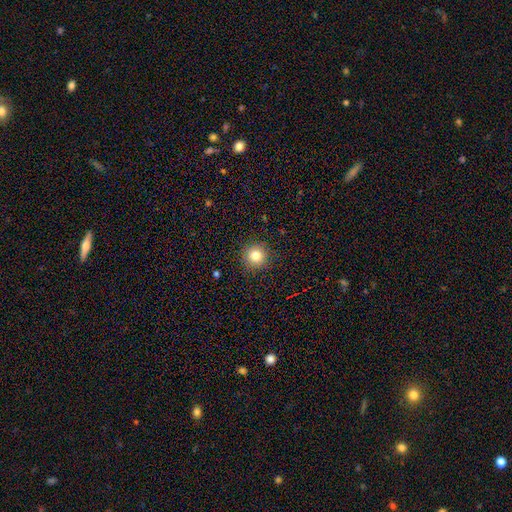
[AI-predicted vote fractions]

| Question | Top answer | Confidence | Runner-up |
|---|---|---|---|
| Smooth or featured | smooth | 81% | star or artifact (12%) |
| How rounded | round | 94% | in between (5%) |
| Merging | none | 91% | minor disturbance (6%) |